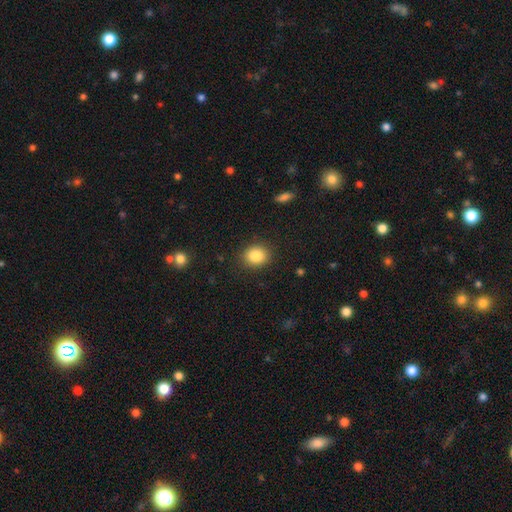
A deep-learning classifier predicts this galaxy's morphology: Smooth or featured? Predicted: smooth (p=0.85). How rounded? Predicted: round (p=0.58). Merging? Predicted: none (p=0.87).